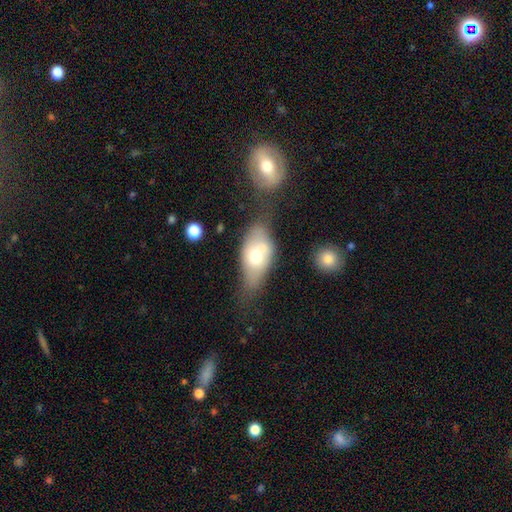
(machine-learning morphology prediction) A smooth galaxy with no disk features (60%) that is in between round and cigar-shaped (84%). Merging: none (39%).